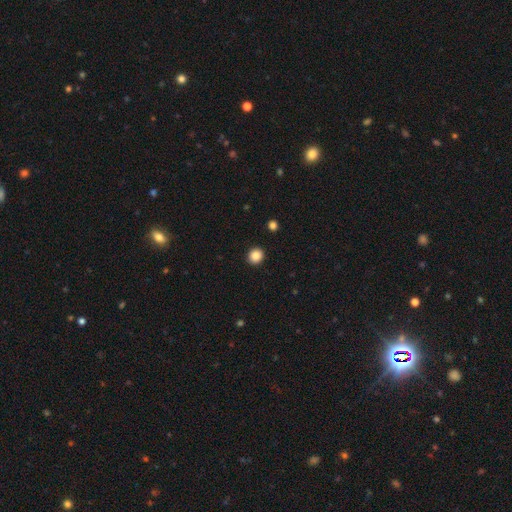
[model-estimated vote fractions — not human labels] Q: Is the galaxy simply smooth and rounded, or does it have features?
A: smooth — 86%.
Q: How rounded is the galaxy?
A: round — 89%.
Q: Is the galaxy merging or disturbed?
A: none — 93%.